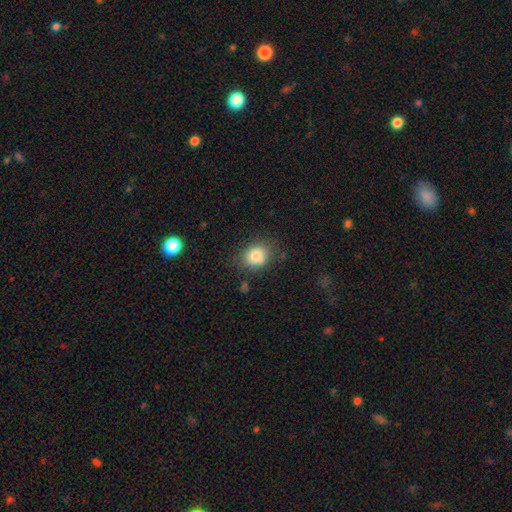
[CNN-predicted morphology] smooth-or-featured: smooth: 81% | star or artifact: 10% | featured or disk: 9%
  how-rounded: round: 56% | in between: 43% | cigar-shaped: 1%
  merging: none: 72% | minor disturbance: 18% | merger: 5% | major disturbance: 5%